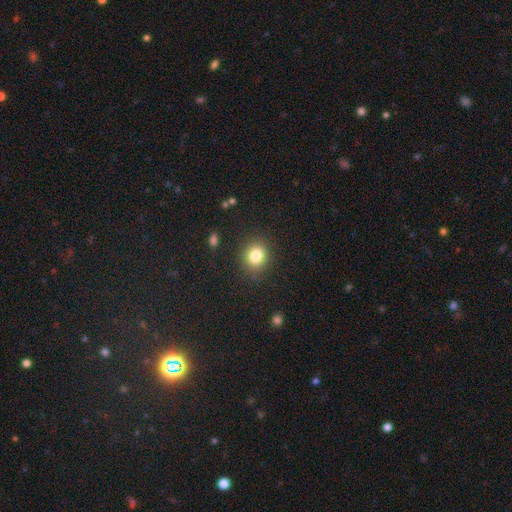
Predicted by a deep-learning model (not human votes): Q: Smooth or featured?
A: smooth (82%); runner-up: star or artifact (11%)
Q: How rounded?
A: round (78%); runner-up: in between (21%)
Q: Merging?
A: none (87%); runner-up: minor disturbance (9%)